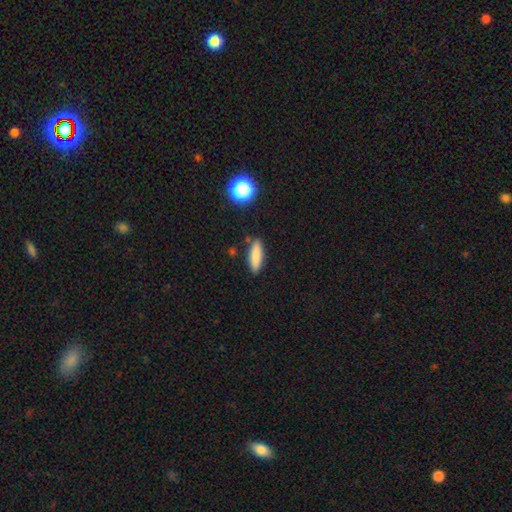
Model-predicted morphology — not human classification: Smooth or featured? smooth (83%)
How rounded? cigar-shaped (55%)
Merging? none (85%)